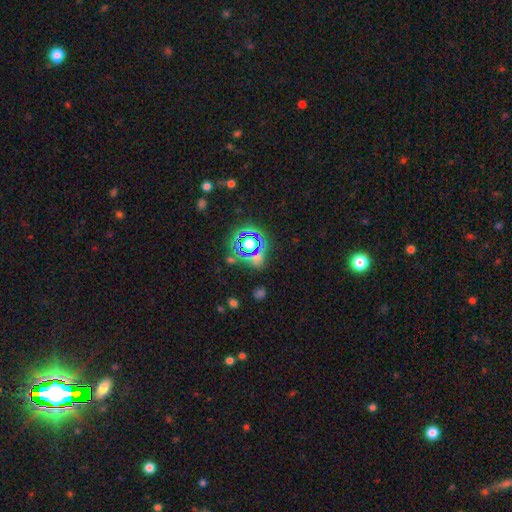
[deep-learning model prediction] This is likely a star or artifact rather than a galaxy (71%).